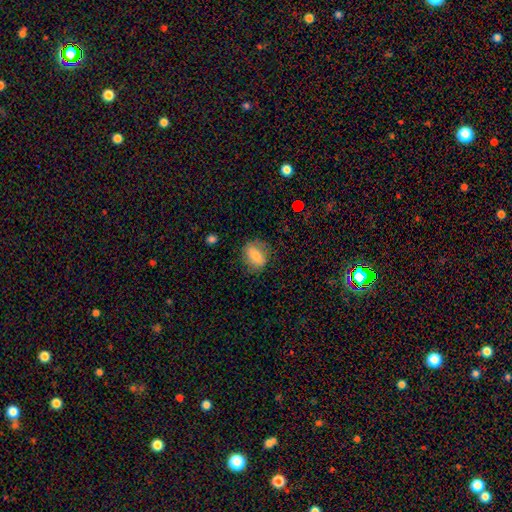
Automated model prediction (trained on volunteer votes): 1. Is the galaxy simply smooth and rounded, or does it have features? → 74% smooth, 18% featured or disk, 8% star or artifact.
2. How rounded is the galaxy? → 73% in between, 24% round, 3% cigar-shaped.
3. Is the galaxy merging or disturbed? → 75% none, 18% minor disturbance, 7% major disturbance, 1% merger.